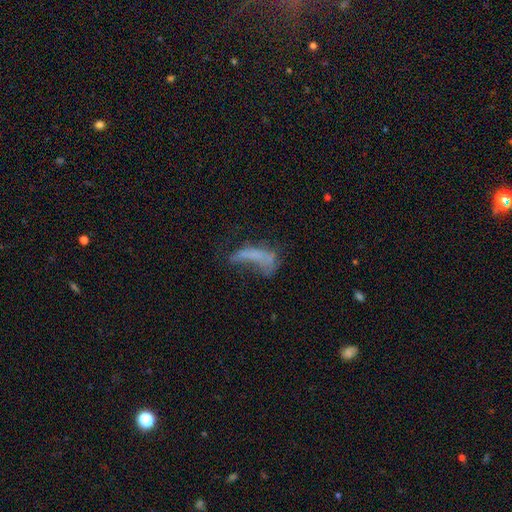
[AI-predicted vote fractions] A smooth galaxy with no disk features (44%). Merging: major disturbance (46%).